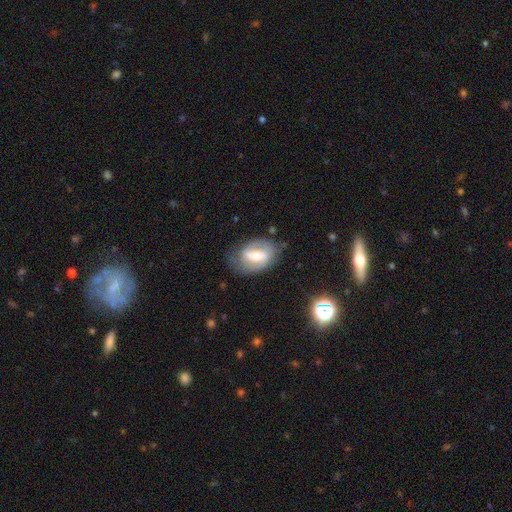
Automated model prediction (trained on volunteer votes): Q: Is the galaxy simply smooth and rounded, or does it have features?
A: featured or disk — 67%.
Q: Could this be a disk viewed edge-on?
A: no — 95%.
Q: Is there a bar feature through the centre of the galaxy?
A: strong — 43%.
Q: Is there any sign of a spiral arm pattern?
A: yes — 72%.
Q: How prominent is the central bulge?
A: moderate — 66%.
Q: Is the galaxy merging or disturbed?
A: none — 68%.